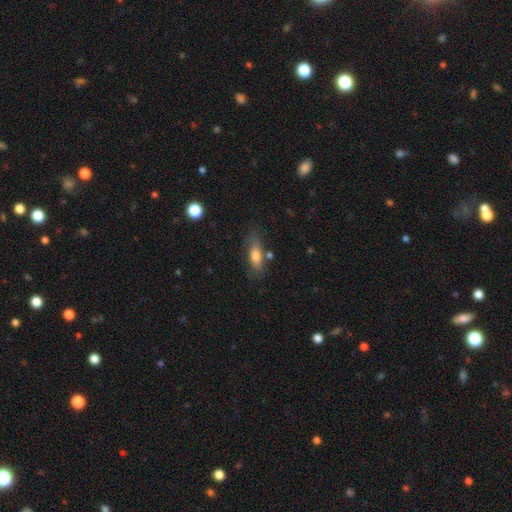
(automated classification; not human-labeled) Overall: smooth (73%). How rounded: in between (65%; cigar-shaped 31%). Merging: none (67%).